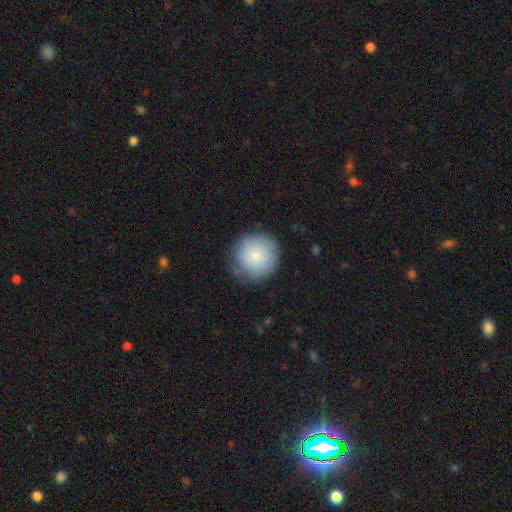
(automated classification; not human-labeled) smooth-or-featured: smooth: 82% | featured or disk: 11% | star or artifact: 7%
  how-rounded: round: 94% | in between: 5% | cigar-shaped: 1%
  merging: none: 78% | minor disturbance: 16% | major disturbance: 4% | merger: 1%